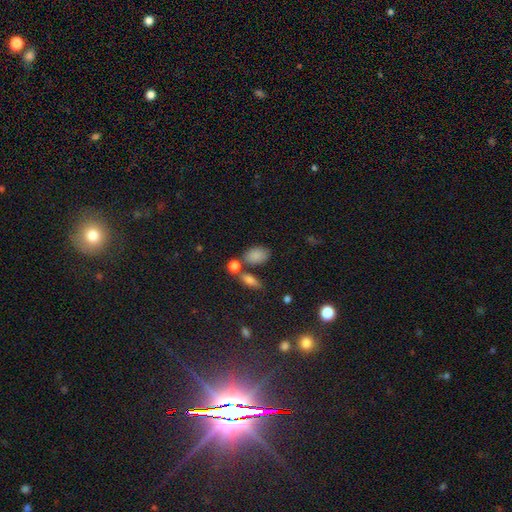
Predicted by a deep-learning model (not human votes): The model was most divided on "merging": none: 60%, merger: 21%, minor disturbance: 15%, major disturbance: 5%. More confident: how rounded — in between (85%); smooth or featured — smooth (83%).